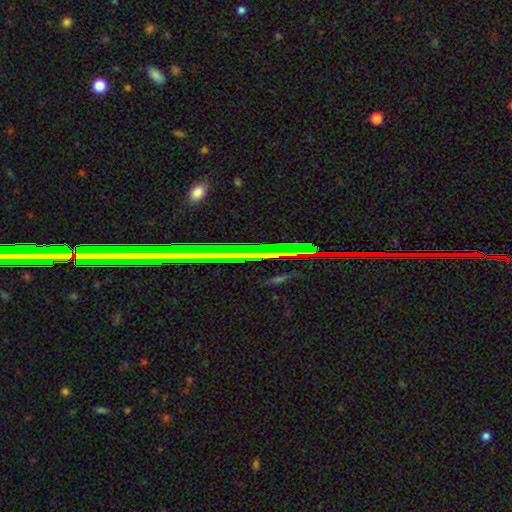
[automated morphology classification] Smooth or featured?
  - star or artifact: 75% *
  - featured or disk: 15%
  - smooth: 9%